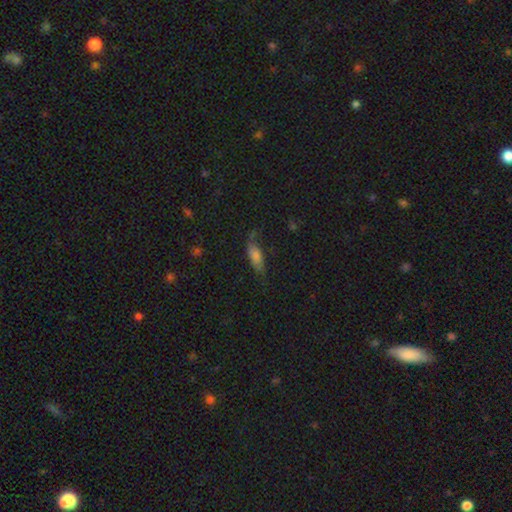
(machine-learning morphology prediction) A smooth galaxy with no disk features (74%) that is in between round and cigar-shaped (66%).

Vote fractions:
- Smooth or featured? smooth: 74% / featured or disk: 17% / star or artifact: 9%
- How rounded? in between: 66% / cigar-shaped: 31% / round: 3%
- Merging? none: 59% / minor disturbance: 28% / major disturbance: 10% / merger: 2%